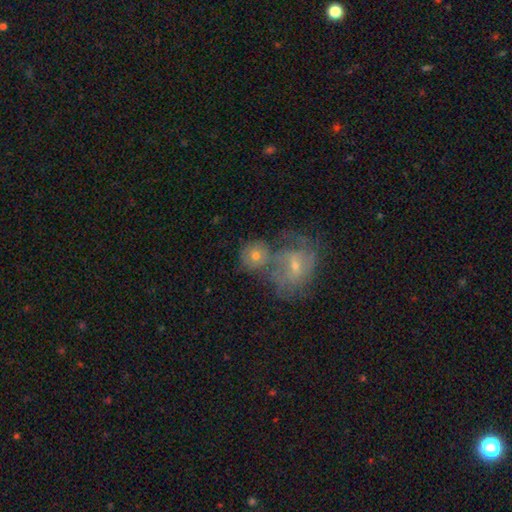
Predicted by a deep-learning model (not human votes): Smooth or featured? smooth (52%)
How rounded? round (77%)
Merging? merger (52%)